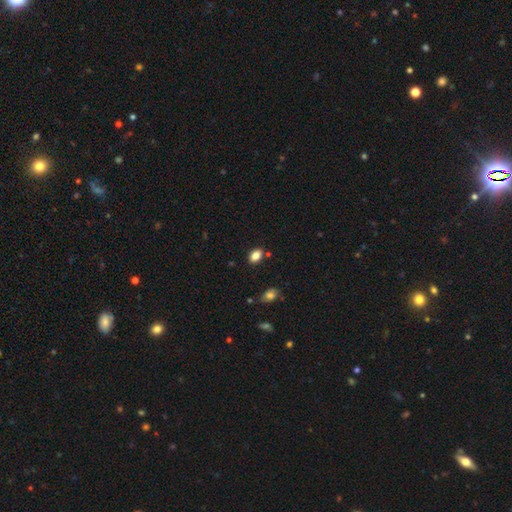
Smooth or featured?
  - smooth: 85% *
  - star or artifact: 10%
  - featured or disk: 5%
How rounded?
  - in between: 85% *
  - round: 15%
  - cigar-shaped: 0%
Merging?
  - none: 77% *
  - minor disturbance: 17%
  - major disturbance: 3%
  - merger: 3%